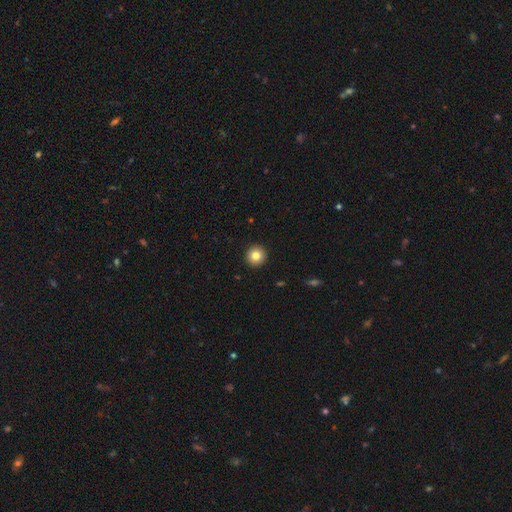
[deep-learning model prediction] smooth_or_featured: smooth (p=0.82) [alt: star or artifact p=0.10]
how_rounded: round (p=0.96) [alt: in between p=0.03]
merging: none (p=0.93) [alt: minor disturbance p=0.04]